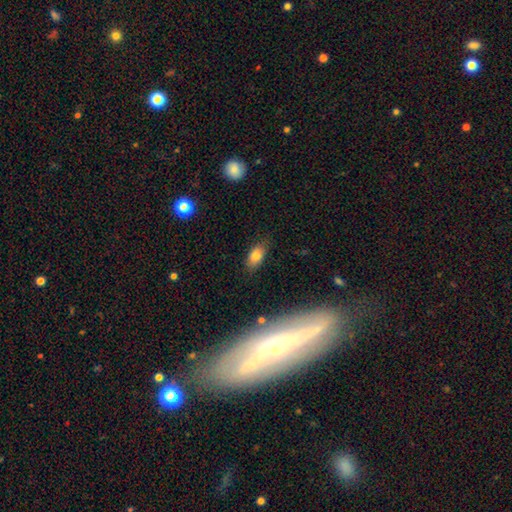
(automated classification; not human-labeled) A smooth galaxy with no disk features (80%) that is in between round and cigar-shaped (88%).

Vote fractions:
- Smooth or featured? smooth: 80% / featured or disk: 10% / star or artifact: 10%
- How rounded? in between: 88% / round: 6% / cigar-shaped: 5%
- Merging? none: 79% / minor disturbance: 16% / major disturbance: 3% / merger: 2%